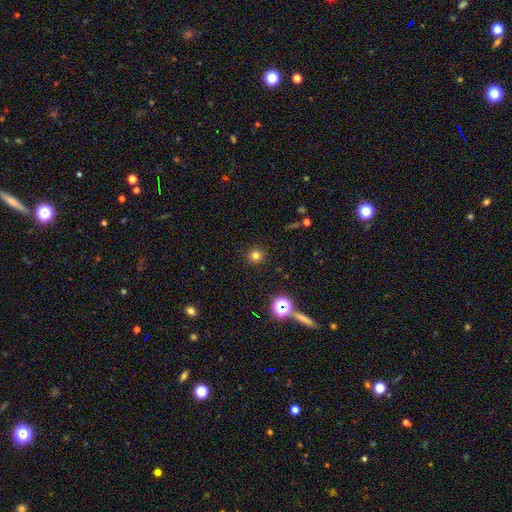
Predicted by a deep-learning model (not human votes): Q: Smooth or featured?
A: smooth (76%); runner-up: star or artifact (18%)
Q: How rounded?
A: round (95%); runner-up: in between (4%)
Q: Merging?
A: none (91%); runner-up: minor disturbance (6%)